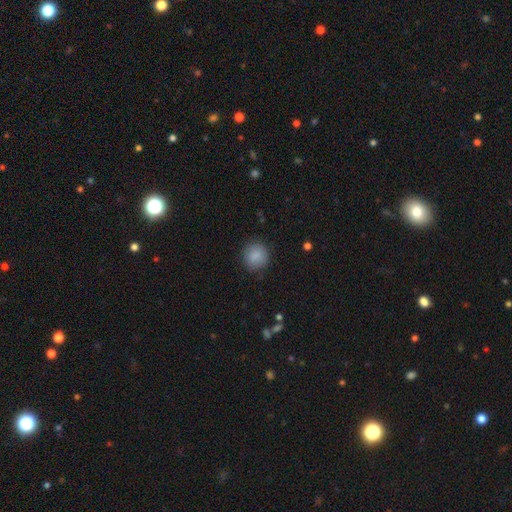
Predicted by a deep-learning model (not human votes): Smooth or featured?
  - smooth: 87% *
  - star or artifact: 8%
  - featured or disk: 5%
How rounded?
  - round: 88% *
  - in between: 11%
  - cigar-shaped: 1%
Merging?
  - none: 86% *
  - minor disturbance: 10%
  - major disturbance: 3%
  - merger: 1%